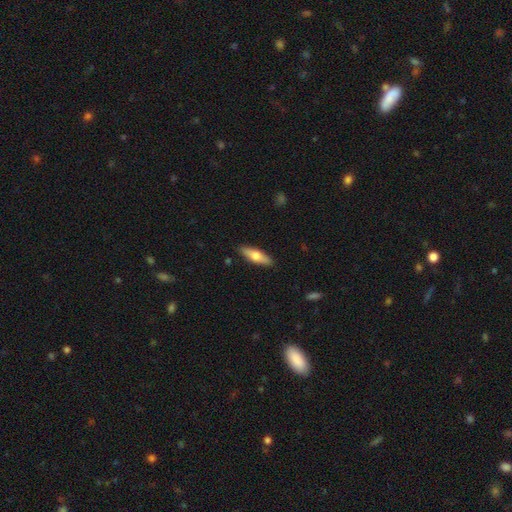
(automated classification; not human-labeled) Morphology: type=smooth (59%); roundness=cigar-shaped (50%); merging=none (89%).